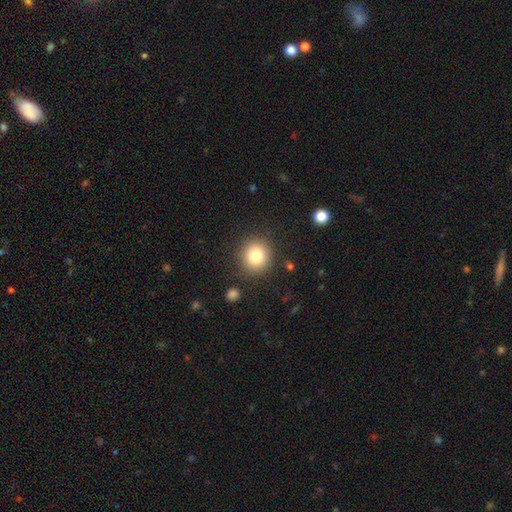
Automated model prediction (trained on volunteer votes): smooth-or-featured: smooth: 81% | star or artifact: 11% | featured or disk: 8%
  how-rounded: round: 91% | in between: 9% | cigar-shaped: 1%
  merging: none: 88% | minor disturbance: 7% | major disturbance: 3% | merger: 2%